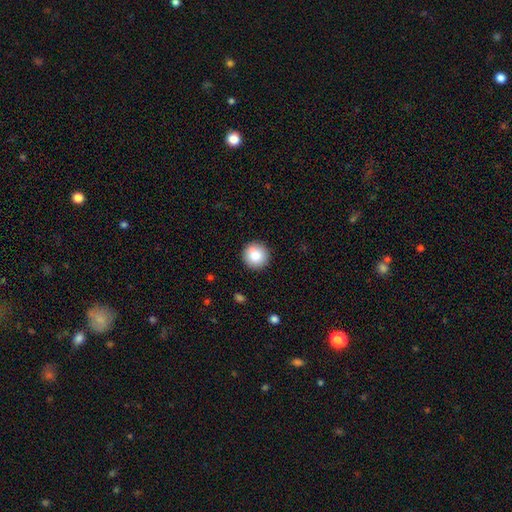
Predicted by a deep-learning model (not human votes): Morphology: type=smooth (84%); roundness=round (94%); merging=none (86%).